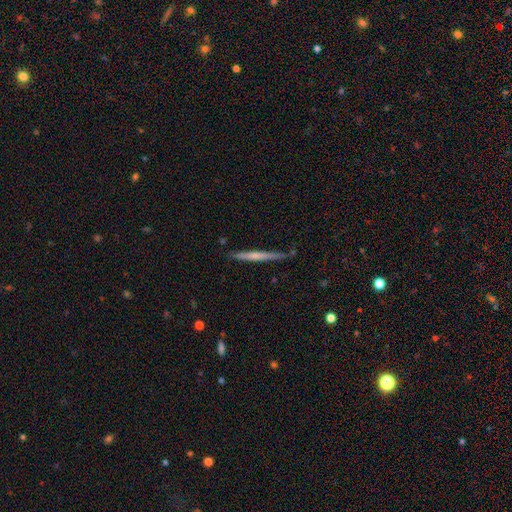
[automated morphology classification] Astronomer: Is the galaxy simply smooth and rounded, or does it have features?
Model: featured or disk — 48% (runner-up: smooth, 46%).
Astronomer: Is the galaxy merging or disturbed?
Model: none — 81%.